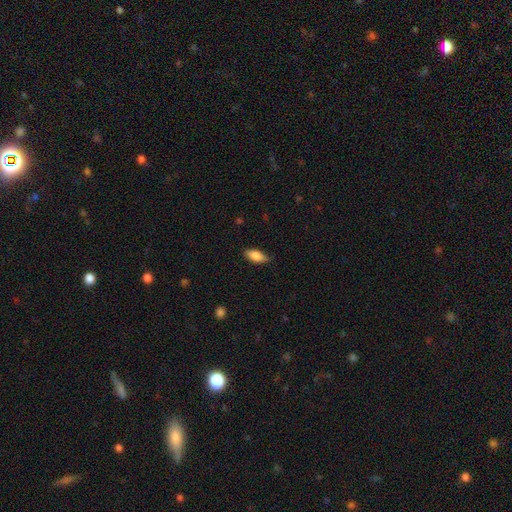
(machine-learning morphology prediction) smooth-or-featured: smooth: 84% | featured or disk: 9% | star or artifact: 6%
  how-rounded: in between: 86% | cigar-shaped: 12% | round: 2%
  merging: none: 79% | minor disturbance: 17% | major disturbance: 3% | merger: 1%